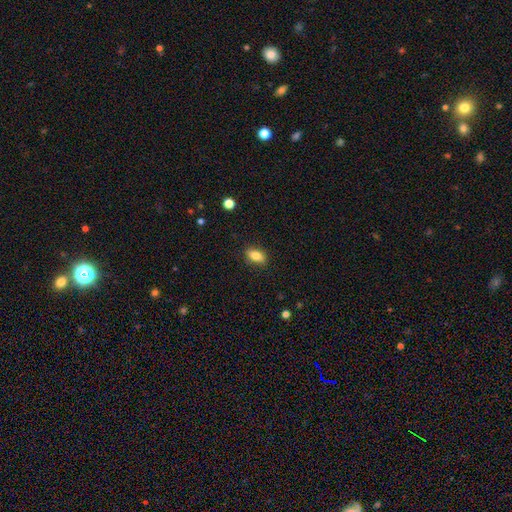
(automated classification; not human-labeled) Smooth or featured? Predicted: smooth (p=0.83). How rounded? Predicted: in between (p=0.87). Merging? Predicted: none (p=0.85).